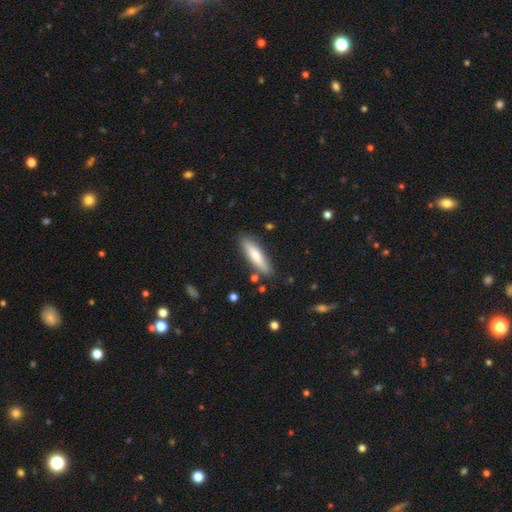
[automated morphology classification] This is likely a smooth galaxy (72%). How rounded: likely cigar-shaped (75%). Merging: clearly none (84%).